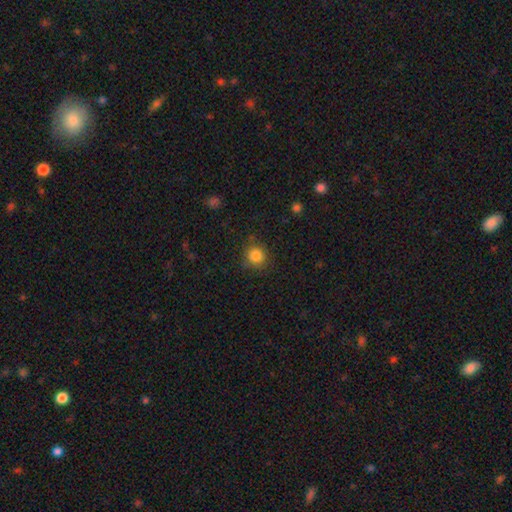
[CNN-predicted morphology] Q: Smooth or featured?
A: smooth (84%); runner-up: star or artifact (11%)
Q: How rounded?
A: round (91%); runner-up: in between (8%)
Q: Merging?
A: none (85%); runner-up: minor disturbance (10%)